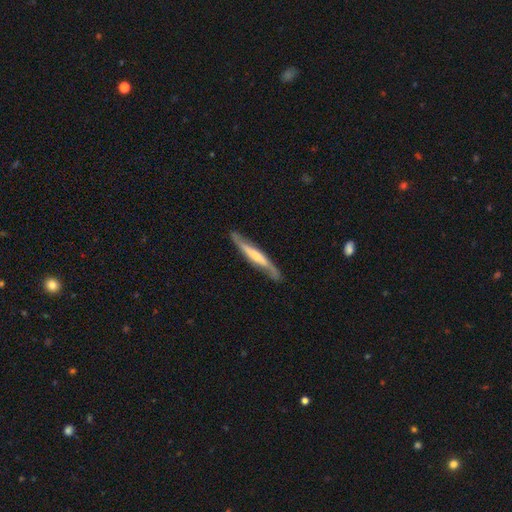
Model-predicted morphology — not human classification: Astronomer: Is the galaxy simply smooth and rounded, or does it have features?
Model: featured or disk — 67%.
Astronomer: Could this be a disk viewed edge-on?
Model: yes — 64%.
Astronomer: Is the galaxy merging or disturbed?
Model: none — 79%.